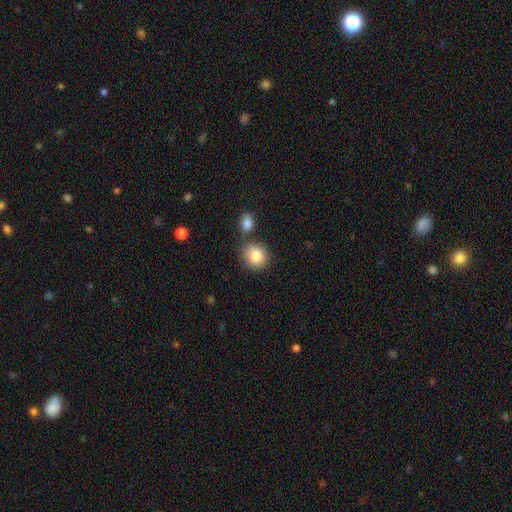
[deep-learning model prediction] smooth-or-featured: smooth: 83% | star or artifact: 9% | featured or disk: 8%
  how-rounded: round: 78% | in between: 21% | cigar-shaped: 1%
  merging: none: 73% | merger: 13% | minor disturbance: 11% | major disturbance: 3%